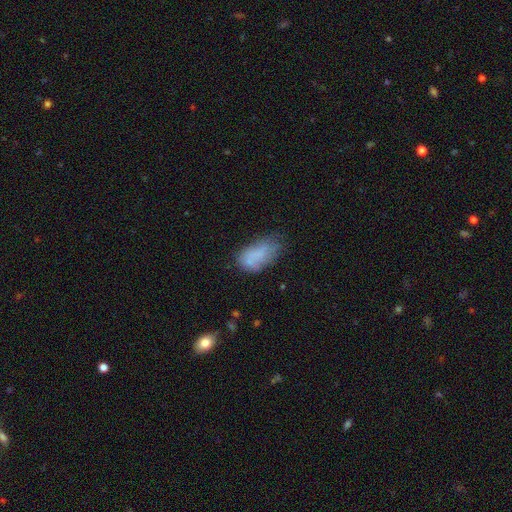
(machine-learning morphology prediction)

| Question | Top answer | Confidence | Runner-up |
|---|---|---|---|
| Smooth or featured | smooth | 69% | featured or disk (21%) |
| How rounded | in between | 91% | round (5%) |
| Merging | none | 43% | minor disturbance (33%) |